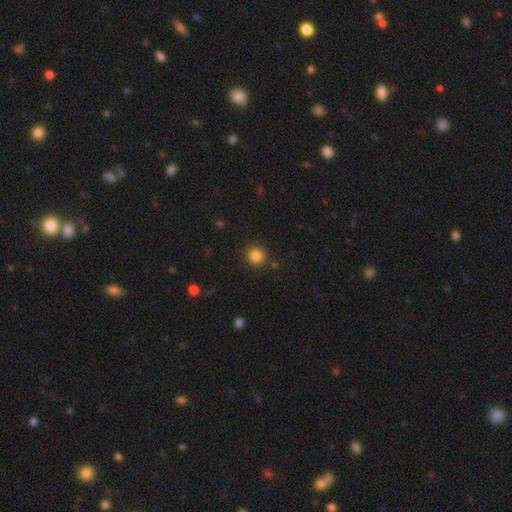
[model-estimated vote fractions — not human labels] The model was most divided on "smooth or featured": smooth: 85%, star or artifact: 12%, featured or disk: 4%. More confident: how rounded — round (93%); merging — none (89%).